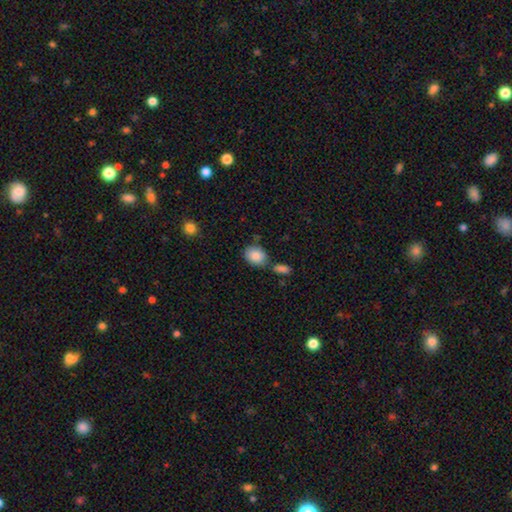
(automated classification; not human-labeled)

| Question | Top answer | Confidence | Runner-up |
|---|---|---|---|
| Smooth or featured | smooth | 87% | star or artifact (7%) |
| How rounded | in between | 64% | round (35%) |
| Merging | none | 60% | merger (18%) |